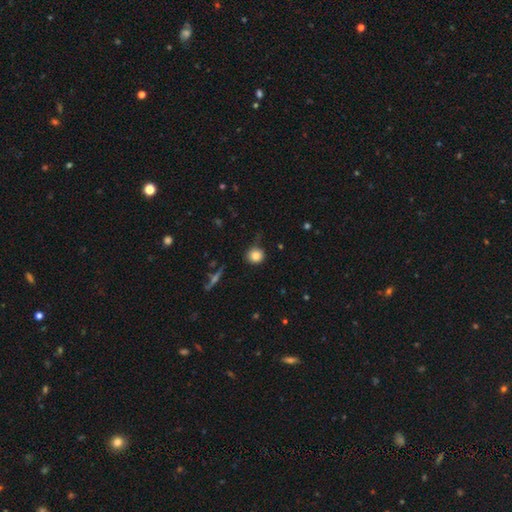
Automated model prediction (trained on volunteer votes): The model was most divided on "merging": none: 80%, minor disturbance: 15%, major disturbance: 3%, merger: 2%. More confident: how rounded — round (91%); smooth or featured — smooth (81%).